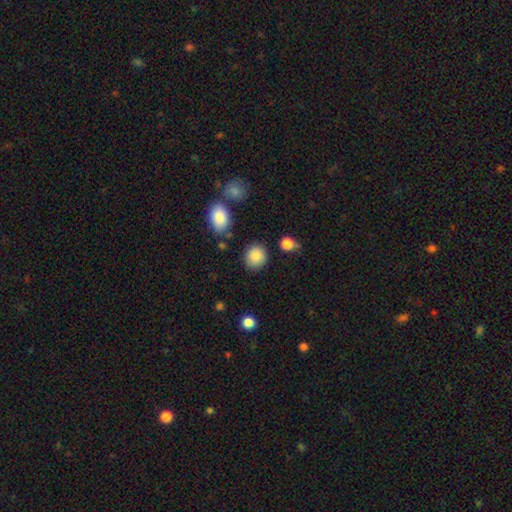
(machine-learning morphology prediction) This is clearly a smooth galaxy (87%). How rounded: clearly round (83%). Merging: clearly none (81%).